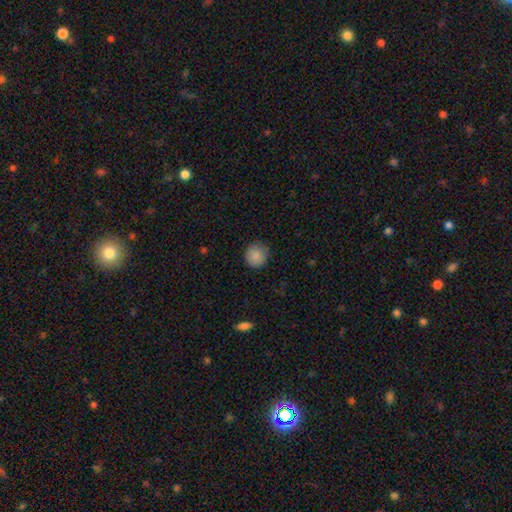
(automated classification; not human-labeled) Smooth or featured?
  - smooth: 88% *
  - star or artifact: 8%
  - featured or disk: 4%
How rounded?
  - round: 92% *
  - in between: 7%
  - cigar-shaped: 1%
Merging?
  - none: 86% *
  - minor disturbance: 11%
  - major disturbance: 3%
  - merger: 1%